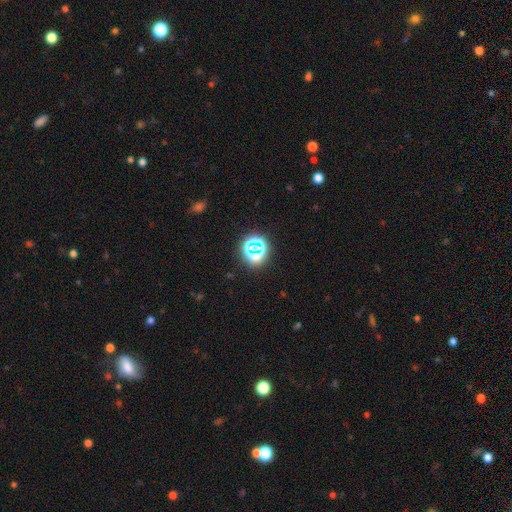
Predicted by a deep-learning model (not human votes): Overall: star or artifact (62%; smooth 29%).